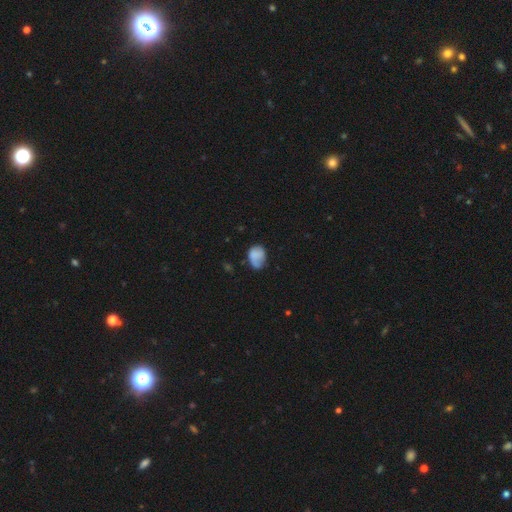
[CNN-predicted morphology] Smooth or featured? Predicted: smooth (p=0.71). How rounded? Predicted: in between (p=0.67). Merging? Predicted: none (p=0.45).